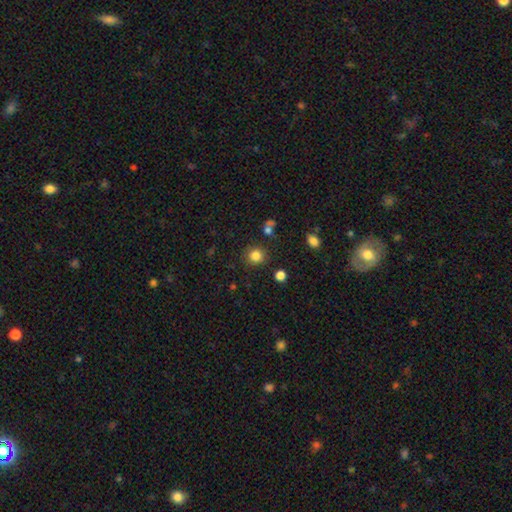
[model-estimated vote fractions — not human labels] The model was most divided on "smooth or featured": smooth: 83%, star or artifact: 12%, featured or disk: 5%. More confident: how rounded — round (89%); merging — none (85%).